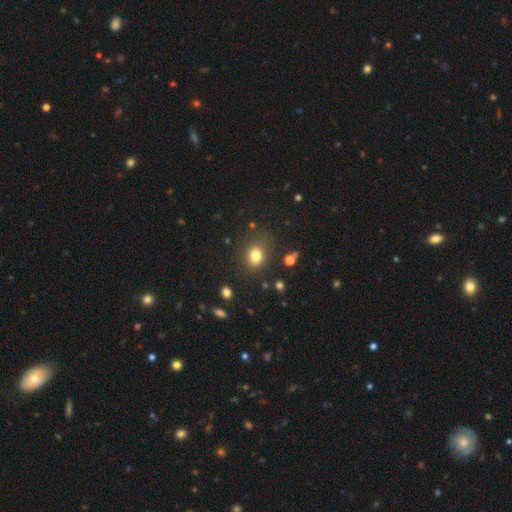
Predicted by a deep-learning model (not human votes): The model was most divided on "how rounded": round: 60%, in between: 39%, cigar-shaped: 1%. More confident: smooth or featured — smooth (79%); merging — none (77%).